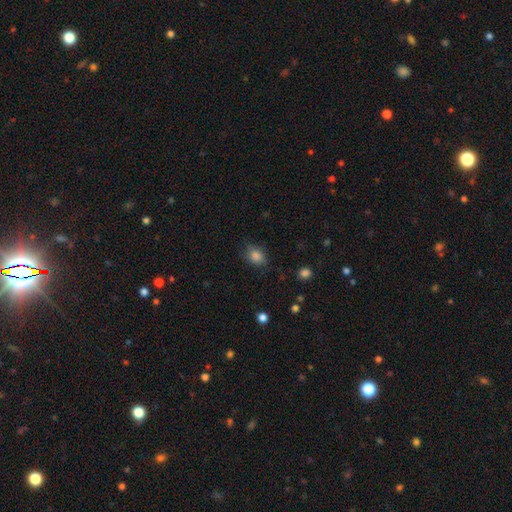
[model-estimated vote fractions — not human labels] The model was most divided on "how rounded": in between: 65%, round: 34%, cigar-shaped: 1%. More confident: smooth or featured — smooth (82%); merging — none (74%).